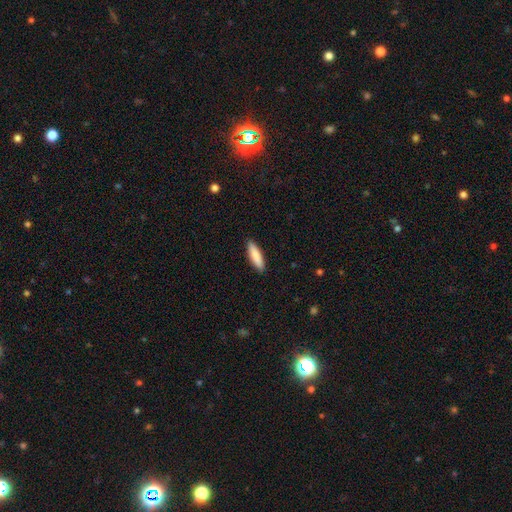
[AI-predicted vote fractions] The model was most divided on "how rounded": cigar-shaped: 65%, in between: 33%, round: 1%. More confident: merging — none (90%); smooth or featured — smooth (86%).